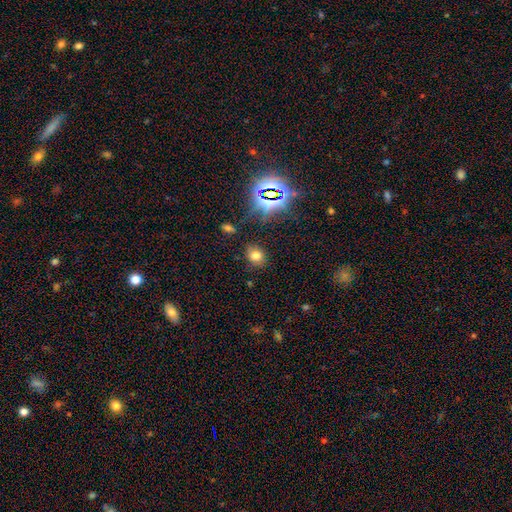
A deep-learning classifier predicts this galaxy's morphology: A smooth galaxy with no disk features (70%) that is round (57%). Merging: none (79%).